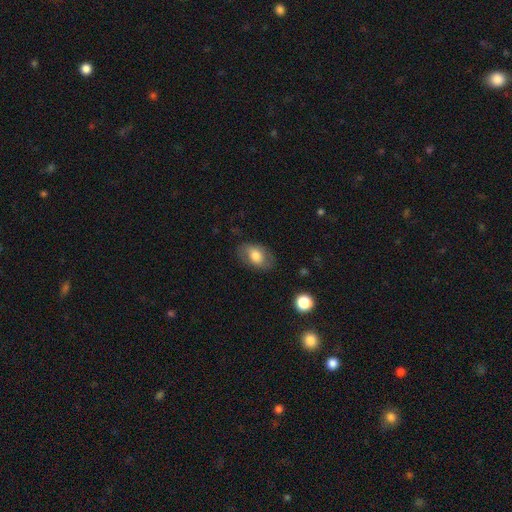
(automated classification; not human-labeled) The model was most divided on "smooth or featured": smooth: 69%, featured or disk: 24%, star or artifact: 7%. More confident: how rounded — in between (87%); merging — none (76%).